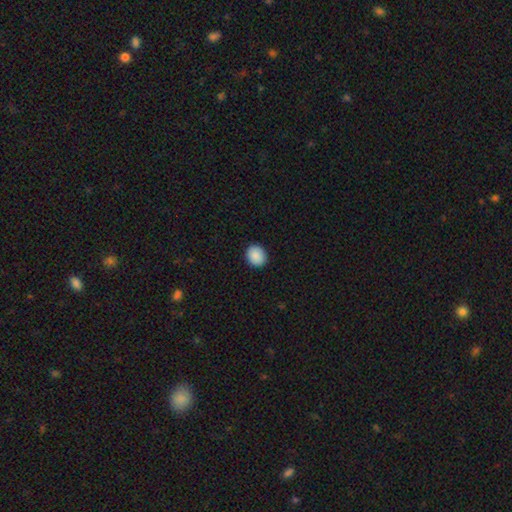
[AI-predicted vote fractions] Morphology: type=smooth (89%); roundness=round (71%); merging=none (90%).